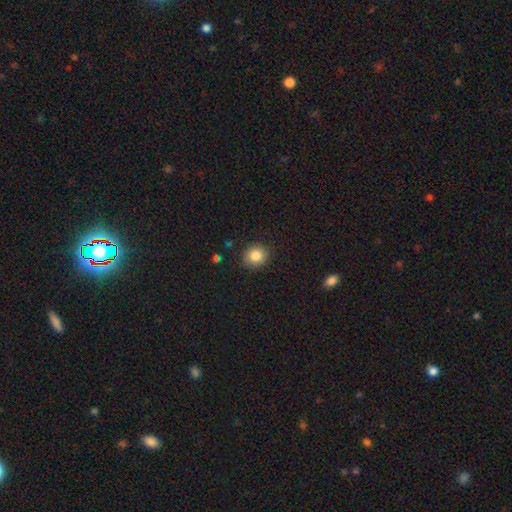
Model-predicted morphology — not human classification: smooth_or_featured: smooth (p=0.84) [alt: star or artifact p=0.10]
how_rounded: round (p=0.82) [alt: in between p=0.17]
merging: none (p=0.89) [alt: minor disturbance p=0.08]